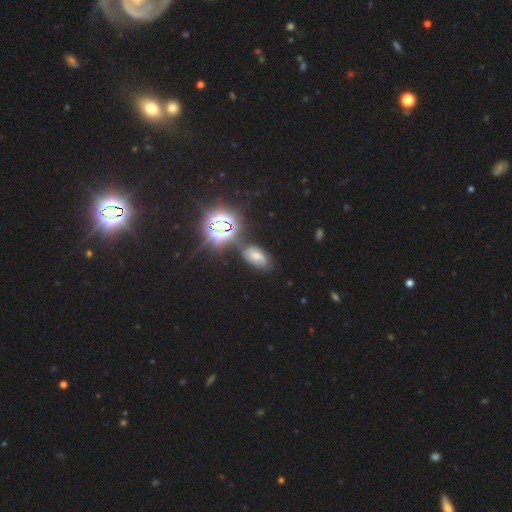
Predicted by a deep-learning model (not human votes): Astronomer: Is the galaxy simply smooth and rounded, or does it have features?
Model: smooth — 37% (runner-up: star or artifact, 36%).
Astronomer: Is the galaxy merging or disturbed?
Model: none — 63%.